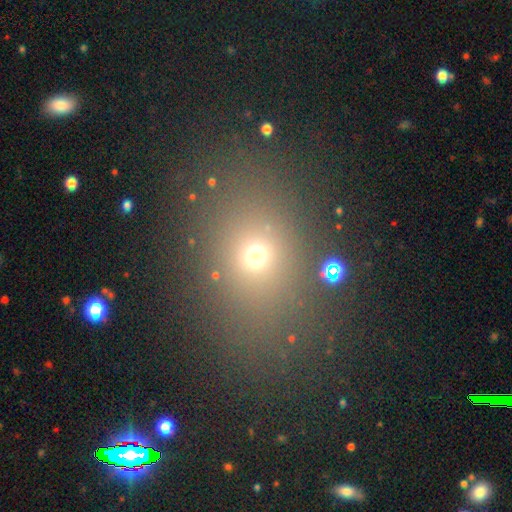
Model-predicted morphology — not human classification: Smooth or featured? smooth (66%)
How rounded? in between (49%)
Merging? none (75%)